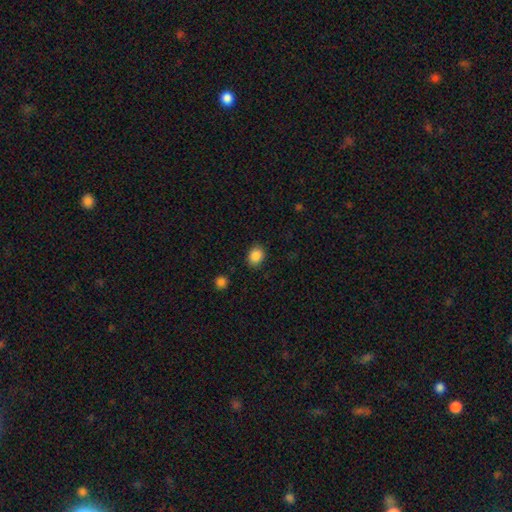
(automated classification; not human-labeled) Smooth or featured: smooth — 87% (star or artifact — 9%)
How rounded: round — 52% (in between — 47%)
Merging: none — 86% (minor disturbance — 10%)